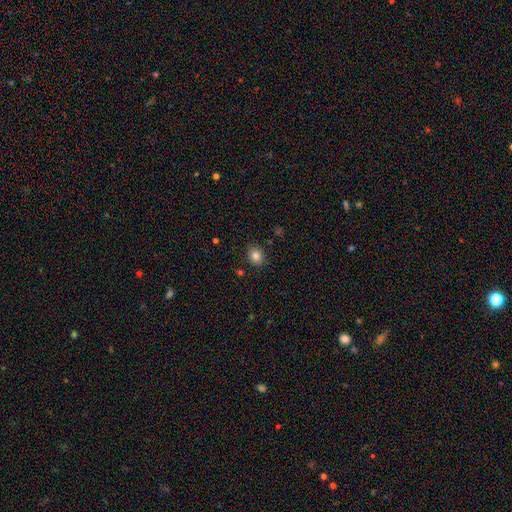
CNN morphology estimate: Smooth or featured?
  - smooth: 82% *
  - star or artifact: 11%
  - featured or disk: 7%
How rounded?
  - round: 63% *
  - in between: 36%
  - cigar-shaped: 1%
Merging?
  - none: 85% *
  - minor disturbance: 10%
  - major disturbance: 2%
  - merger: 2%